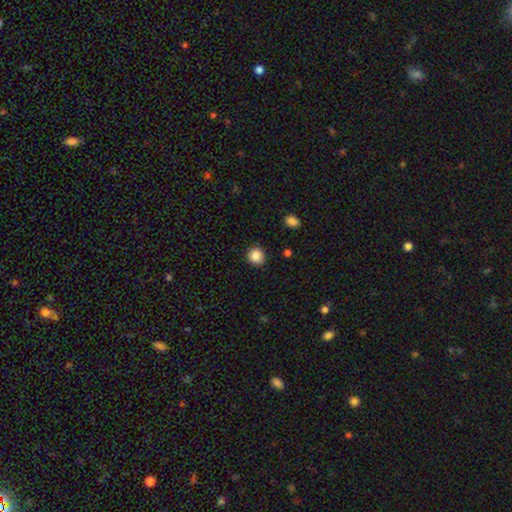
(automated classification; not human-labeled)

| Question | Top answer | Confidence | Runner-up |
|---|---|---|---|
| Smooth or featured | smooth | 87% | star or artifact (10%) |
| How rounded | round | 89% | in between (10%) |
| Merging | none | 91% | minor disturbance (6%) |